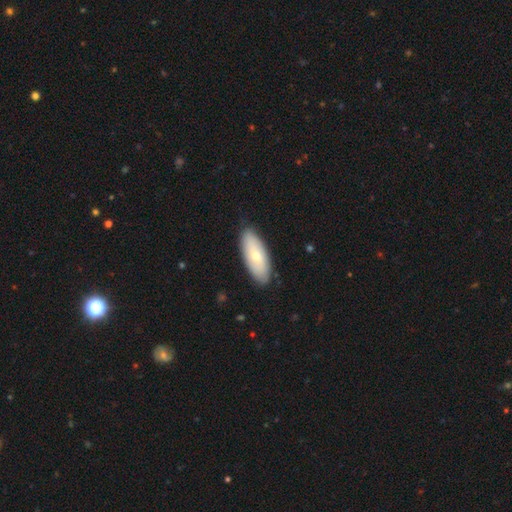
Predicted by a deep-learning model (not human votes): A smooth galaxy with no disk features (64%) that is in between round and cigar-shaped (82%).

Vote fractions:
- Smooth or featured? smooth: 64% / featured or disk: 31% / star or artifact: 5%
- How rounded? in between: 82% / cigar-shaped: 16% / round: 2%
- Merging? none: 85% / minor disturbance: 11% / major disturbance: 2% / merger: 1%